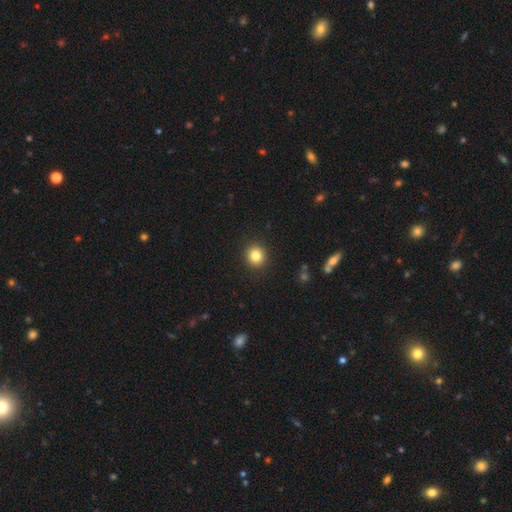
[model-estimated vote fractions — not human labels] smooth-or-featured: smooth: 83% | star or artifact: 11% | featured or disk: 6%
  how-rounded: round: 88% | in between: 11% | cigar-shaped: 1%
  merging: none: 92% | minor disturbance: 5% | major disturbance: 2% | merger: 1%